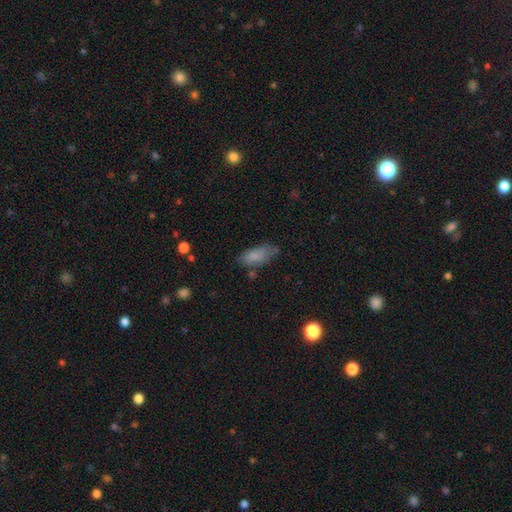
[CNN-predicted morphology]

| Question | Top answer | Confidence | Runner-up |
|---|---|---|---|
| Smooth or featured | smooth | 82% | featured or disk (10%) |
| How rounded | in between | 82% | cigar-shaped (16%) |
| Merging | none | 63% | minor disturbance (26%) |